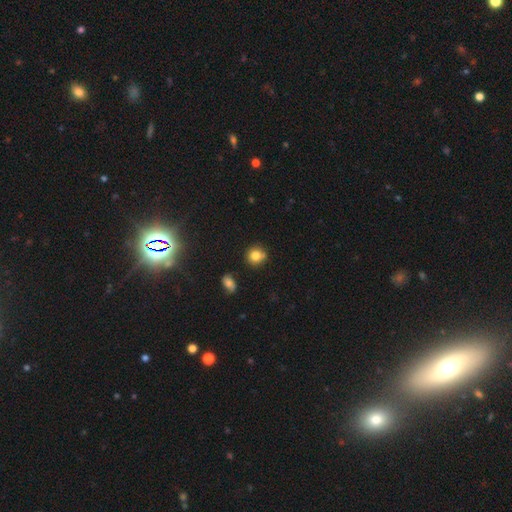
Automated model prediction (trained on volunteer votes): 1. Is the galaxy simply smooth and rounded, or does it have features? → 80% smooth, 12% star or artifact, 9% featured or disk.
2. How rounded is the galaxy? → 87% round, 12% in between, 1% cigar-shaped.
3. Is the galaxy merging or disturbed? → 74% none, 14% minor disturbance, 8% merger, 3% major disturbance.